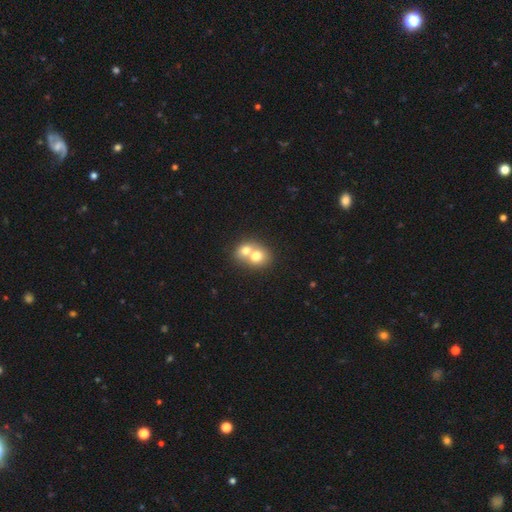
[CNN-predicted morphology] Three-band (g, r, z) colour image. It shows a smooth galaxy with no disk features (70%) that is round (63%). Merging: merger (73%).